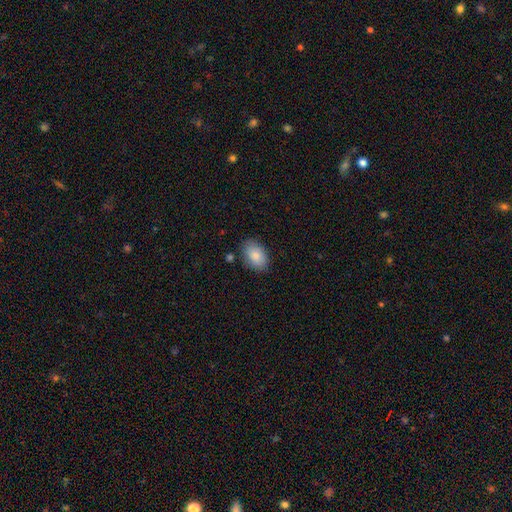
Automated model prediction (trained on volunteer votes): Morphology: type=smooth (87%); roundness=in between (89%); merging=none (83%).